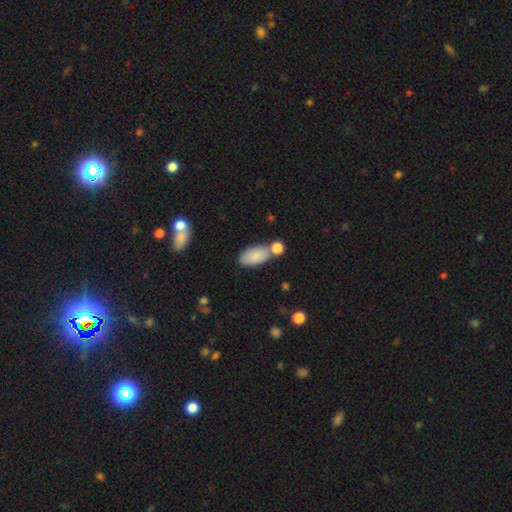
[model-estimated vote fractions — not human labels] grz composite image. It shows a smooth galaxy with no disk features (85%) that is in between round and cigar-shaped (93%). Merging: none (59%).